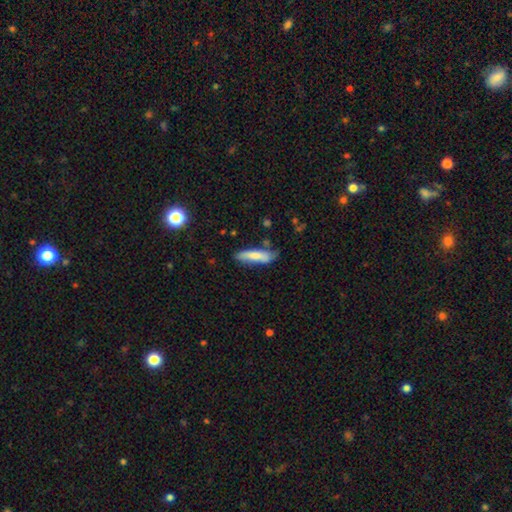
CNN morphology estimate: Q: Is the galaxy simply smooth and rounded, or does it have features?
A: smooth — 74%.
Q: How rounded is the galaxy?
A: cigar-shaped — 67%.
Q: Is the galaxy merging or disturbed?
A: none — 66%.